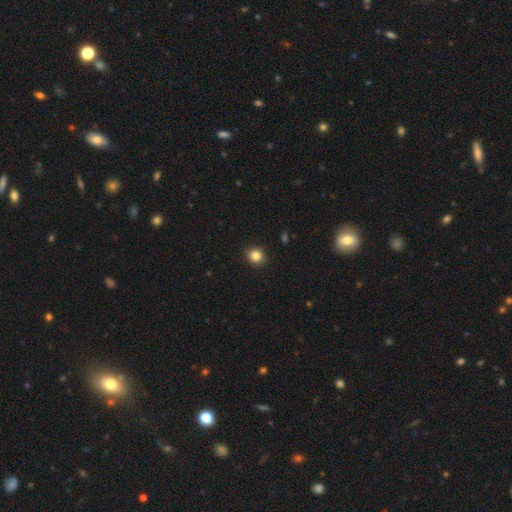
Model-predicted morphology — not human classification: Smooth or featured?
  - smooth: 84% *
  - star or artifact: 11%
  - featured or disk: 4%
How rounded?
  - round: 87% *
  - in between: 12%
  - cigar-shaped: 1%
Merging?
  - none: 90% *
  - minor disturbance: 7%
  - major disturbance: 2%
  - merger: 1%